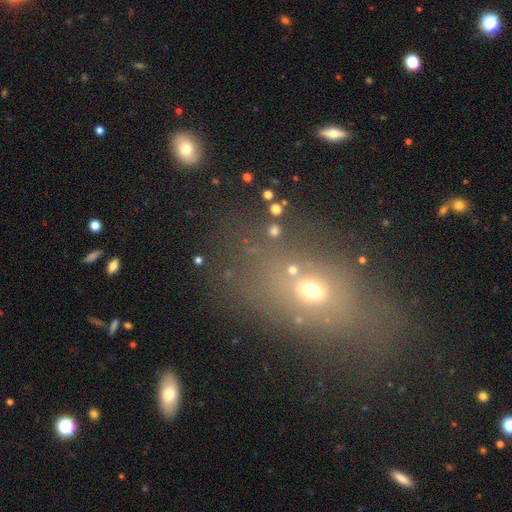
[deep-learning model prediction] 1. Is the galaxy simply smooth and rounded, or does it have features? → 48% smooth, 31% star or artifact, 21% featured or disk.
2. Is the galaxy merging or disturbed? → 62% none, 14% minor disturbance, 12% merger, 11% major disturbance.